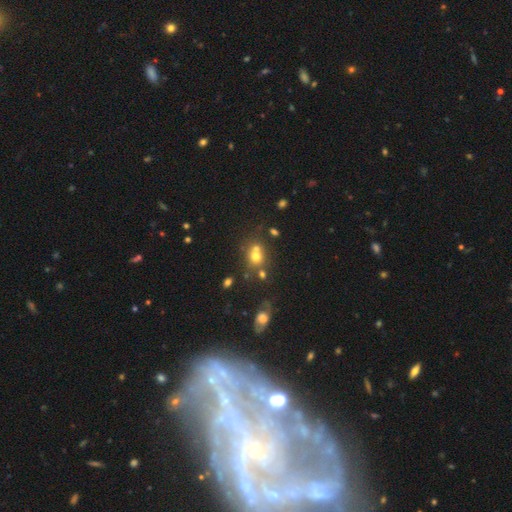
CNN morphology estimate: type=smooth (66%); roundness=round (72%); merging=none (45%).